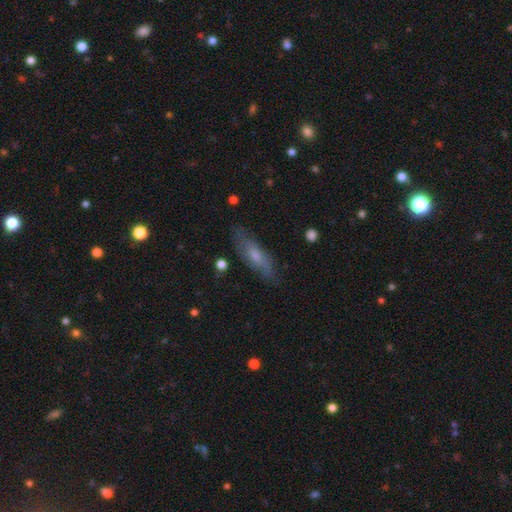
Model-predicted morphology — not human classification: Smooth or featured?
  - smooth: 51% *
  - featured or disk: 41%
  - star or artifact: 8%
How rounded?
  - cigar-shaped: 52% *
  - in between: 45%
  - round: 3%
Merging?
  - none: 76% *
  - minor disturbance: 18%
  - major disturbance: 5%
  - merger: 2%